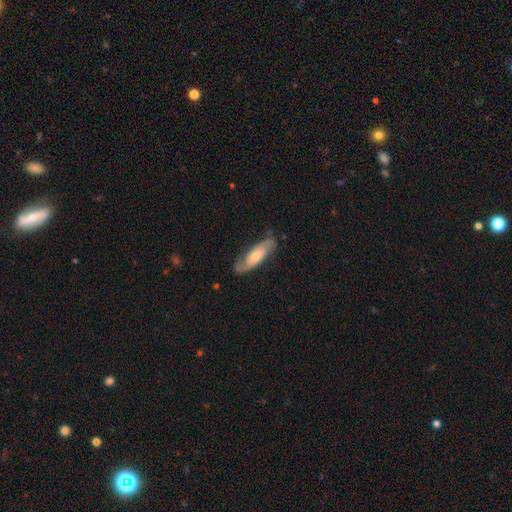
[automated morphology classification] smooth_or_featured: featured or disk (p=0.70) [alt: smooth p=0.24]
disk_edge_on: no (p=0.83) [alt: yes p=0.17]
bar: no (p=0.60) [alt: weak p=0.30]
has_spiral_arms: yes (p=0.92) [alt: no p=0.08]
spiral_winding: medium (p=0.44) [alt: tight p=0.30]
spiral_arm_count: 2 (p=0.83) [alt: can't tell p=0.10]
bulge_size: moderate (p=0.50) [alt: small p=0.31]
merging: none (p=0.78) [alt: minor disturbance p=0.16]